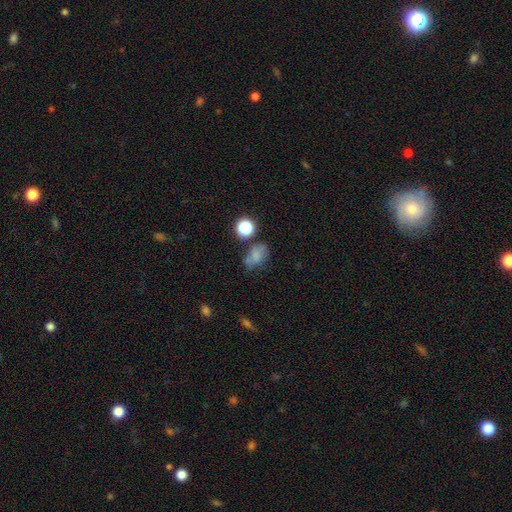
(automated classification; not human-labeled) A smooth galaxy with no disk features (71%) that is in between round and cigar-shaped (75%).

Vote fractions:
- Smooth or featured? smooth: 71% / star or artifact: 15% / featured or disk: 14%
- How rounded? in between: 75% / round: 24% / cigar-shaped: 2%
- Merging? none: 53% / minor disturbance: 24% / merger: 13% / major disturbance: 10%